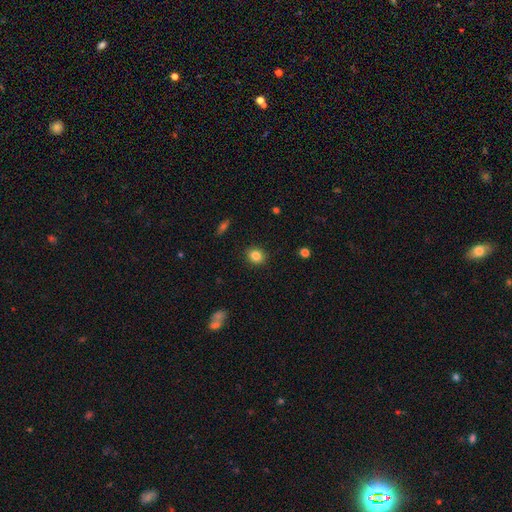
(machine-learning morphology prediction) This appears to be a smooth galaxy with no disk features (84%) that is round (72%). Merging: none (90%).